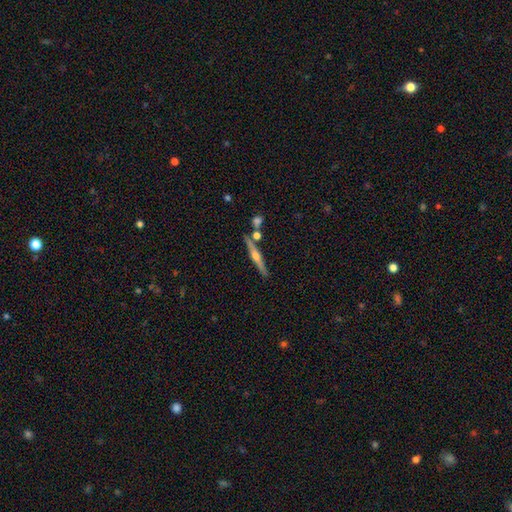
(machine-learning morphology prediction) Q: Smooth or featured?
A: featured or disk (70%); runner-up: smooth (24%)
Q: Edge-on disk?
A: yes (97%); runner-up: no (3%)
Q: Edge-on bulge?
A: rounded (91%); runner-up: none (5%)
Q: Merging?
A: none (80%); runner-up: merger (9%)